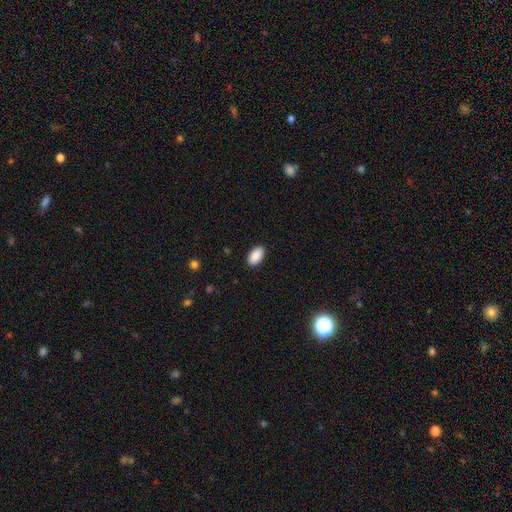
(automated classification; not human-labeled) smooth_or_featured: smooth (p=0.91) [alt: star or artifact p=0.07]
how_rounded: in between (p=0.95) [alt: round p=0.03]
merging: none (p=0.89) [alt: minor disturbance p=0.08]